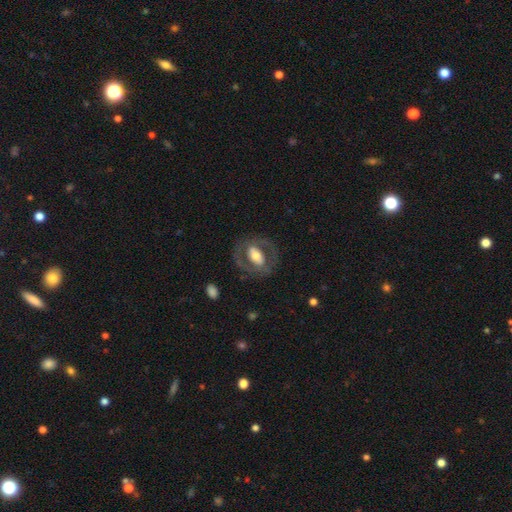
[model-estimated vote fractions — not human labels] This is likely a featured or disk galaxy (60%). It is clearly not viewed edge-on (93%). Bar: marginally no (41%). Spiral arm pattern: likely no (63%). Central bulge: possibly moderate (49%). Merging: likely none (75%).